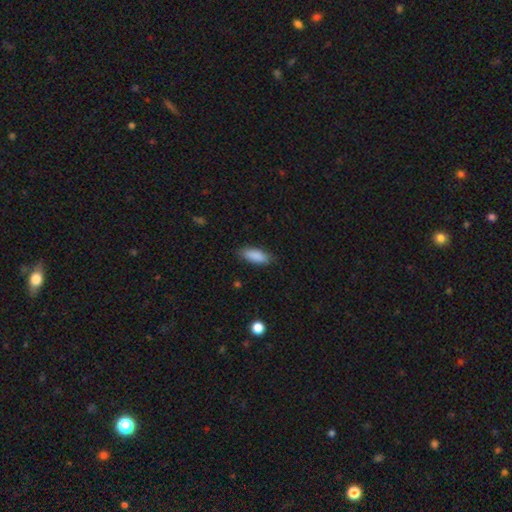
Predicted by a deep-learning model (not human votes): Smooth or featured? smooth (89%)
How rounded? in between (74%)
Merging? none (84%)